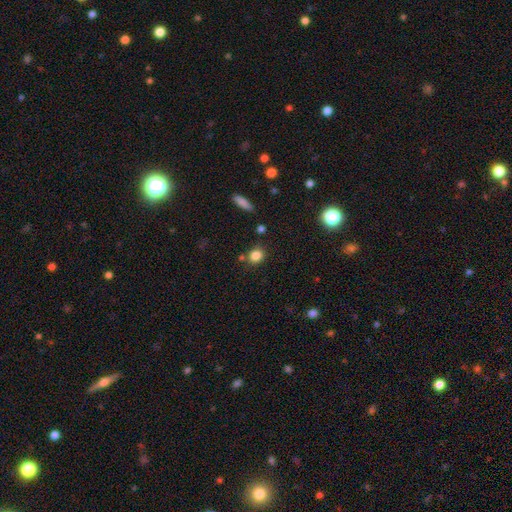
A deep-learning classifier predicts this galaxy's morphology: Smooth or featured? smooth (83%)
How rounded? round (70%)
Merging? none (75%)